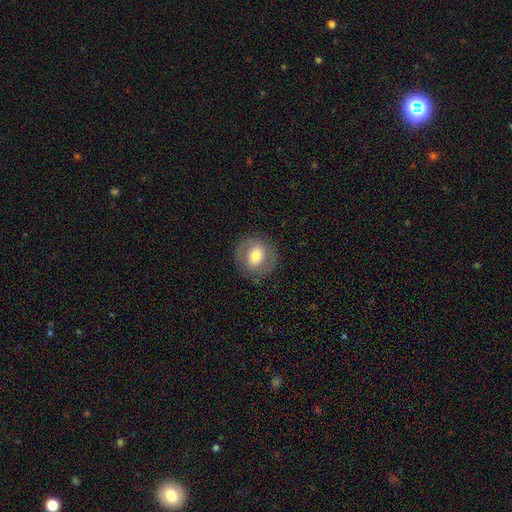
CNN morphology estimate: Smooth or featured? smooth (50%)
How rounded? round (80%)
Merging? none (83%)